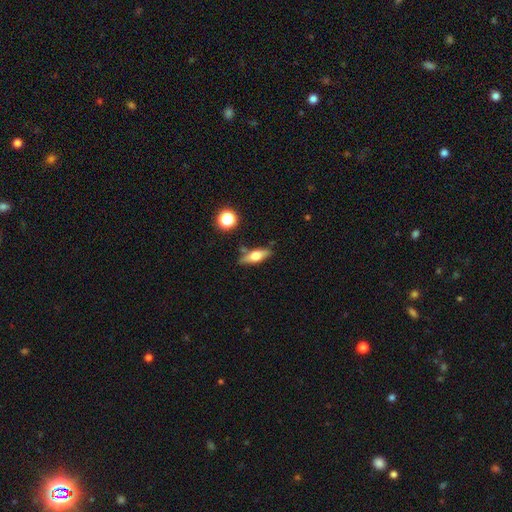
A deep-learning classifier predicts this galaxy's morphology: The model was most divided on "smooth or featured": smooth: 50%, featured or disk: 42%, star or artifact: 8%. More confident: merging — none (79%).